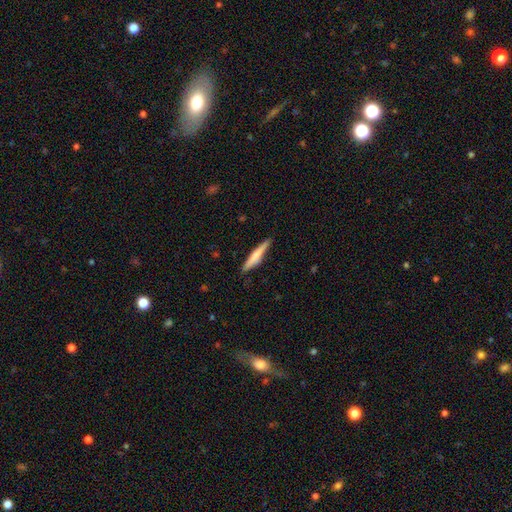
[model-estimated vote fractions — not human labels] The model was most divided on "smooth or featured": smooth: 56%, featured or disk: 39%, star or artifact: 5%. More confident: how rounded — cigar-shaped (93%); merging — none (87%).